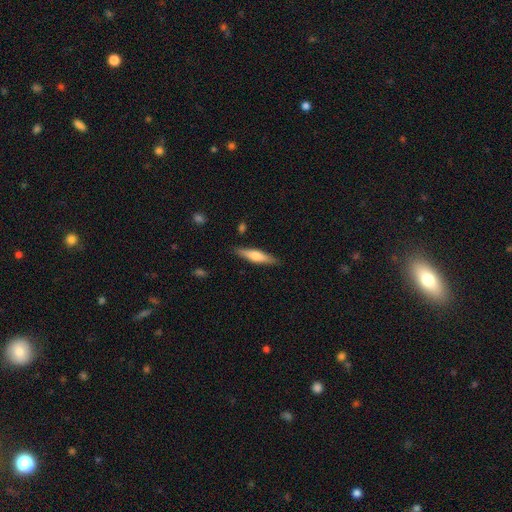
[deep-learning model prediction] Morphology: type=smooth (50%); merging=none (88%).